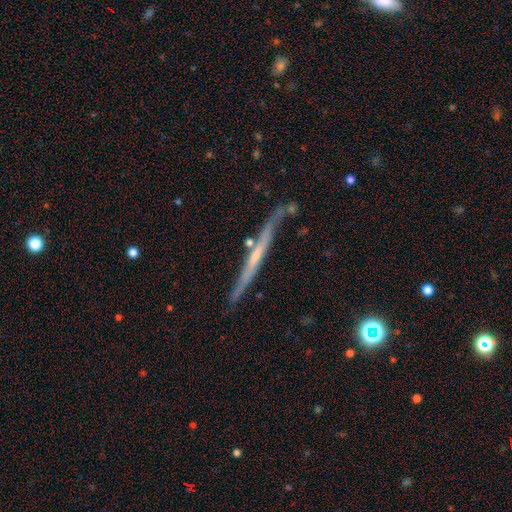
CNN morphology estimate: Q: Smooth or featured?
A: featured or disk (71%); runner-up: smooth (22%)
Q: Edge-on disk?
A: yes (94%); runner-up: no (6%)
Q: Edge-on bulge?
A: none (65%); runner-up: rounded (28%)
Q: Merging?
A: none (76%); runner-up: minor disturbance (16%)